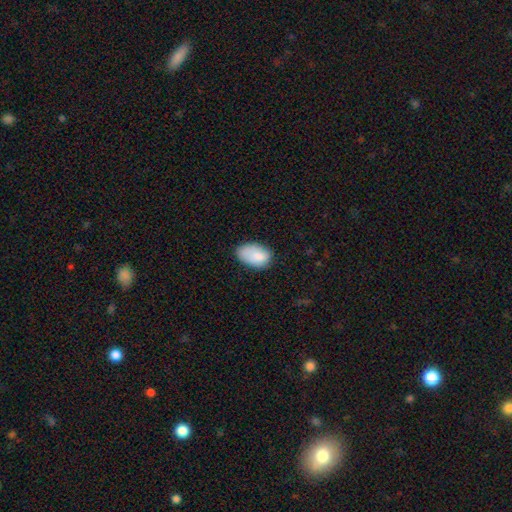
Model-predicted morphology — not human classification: smooth_or_featured: smooth (p=0.83) [alt: featured or disk p=0.10]
how_rounded: in between (p=0.90) [alt: round p=0.09]
merging: none (p=0.55) [alt: minor disturbance p=0.34]